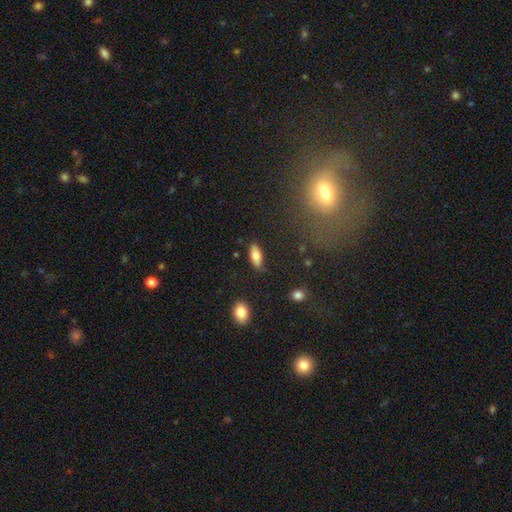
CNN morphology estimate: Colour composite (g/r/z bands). It shows a smooth galaxy with no disk features (80%) that is in between round and cigar-shaped (78%). Merging: none (81%).